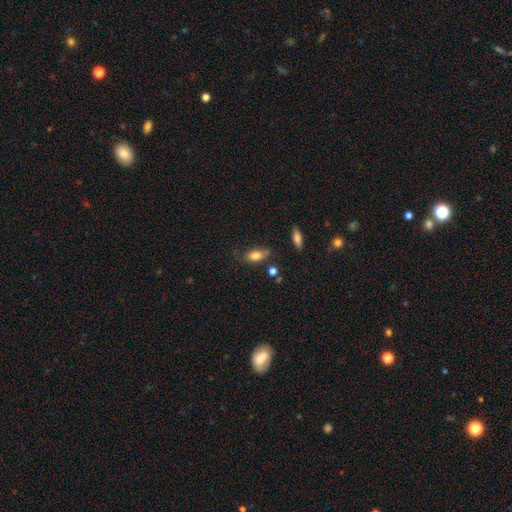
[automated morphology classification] Q: Smooth or featured?
A: smooth (77%); runner-up: featured or disk (15%)
Q: How rounded?
A: in between (83%); runner-up: cigar-shaped (12%)
Q: Merging?
A: none (65%); runner-up: minor disturbance (23%)